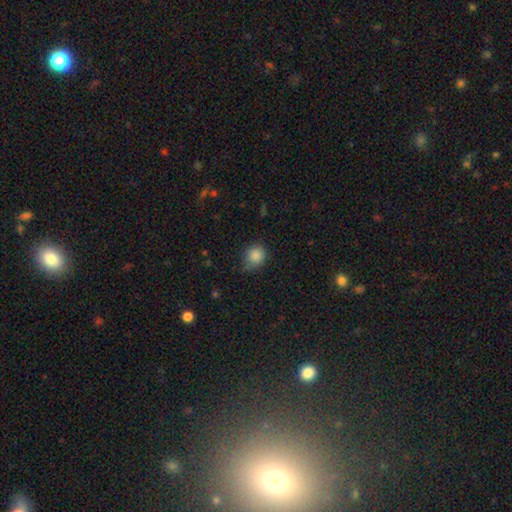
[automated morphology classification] type=smooth (86%); roundness=round (78%); merging=none (65%).